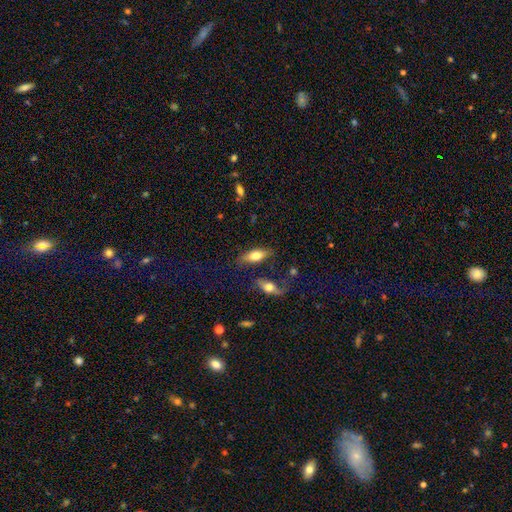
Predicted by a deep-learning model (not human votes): A smooth galaxy with no disk features (70%) that is in between round and cigar-shaped (77%). Merging: none (70%).